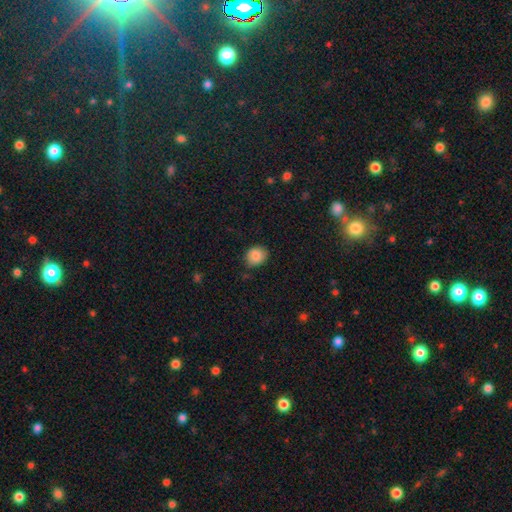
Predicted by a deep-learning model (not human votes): Q: Smooth or featured?
A: smooth (87%); runner-up: star or artifact (9%)
Q: How rounded?
A: round (68%); runner-up: in between (31%)
Q: Merging?
A: none (82%); runner-up: minor disturbance (14%)